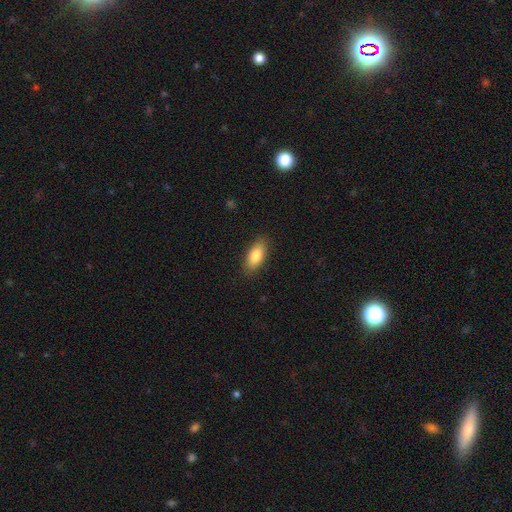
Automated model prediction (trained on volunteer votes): Smooth or featured? Predicted: smooth (p=0.84). How rounded? Predicted: in between (p=0.85). Merging? Predicted: none (p=0.87).